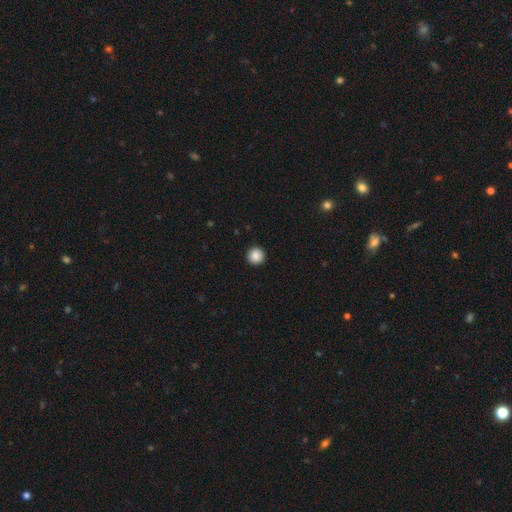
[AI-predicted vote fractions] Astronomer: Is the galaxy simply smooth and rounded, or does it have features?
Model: smooth — 88%.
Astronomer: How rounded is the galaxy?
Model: round — 96%.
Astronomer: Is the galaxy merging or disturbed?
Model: none — 93%.